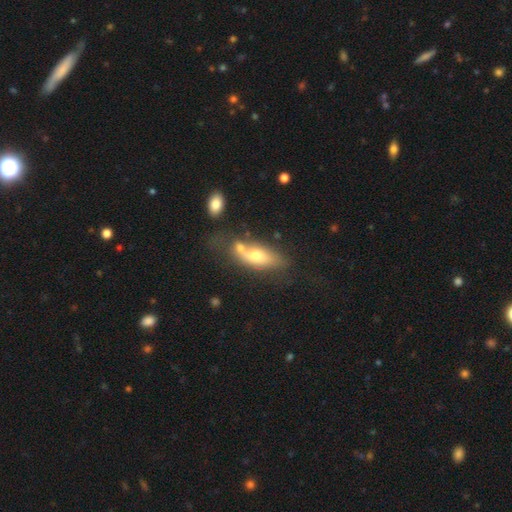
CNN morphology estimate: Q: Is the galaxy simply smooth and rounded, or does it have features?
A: smooth — 60%.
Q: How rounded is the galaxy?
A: in between — 73%.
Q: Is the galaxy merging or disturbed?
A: none — 40%.